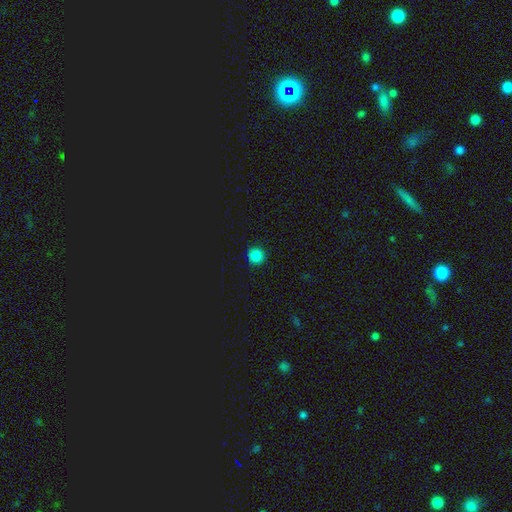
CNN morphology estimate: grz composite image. It shows a smooth galaxy with no disk features (84%) that is round (94%). Merging: none (92%).